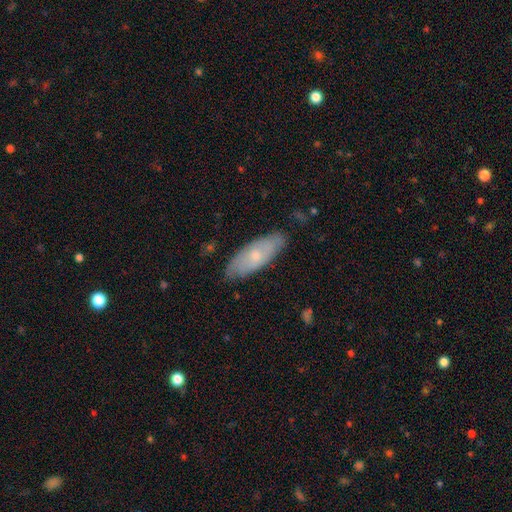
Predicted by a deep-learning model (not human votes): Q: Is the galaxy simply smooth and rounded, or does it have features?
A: smooth — 51%.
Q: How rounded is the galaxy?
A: in between — 68%.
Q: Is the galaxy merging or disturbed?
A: none — 78%.